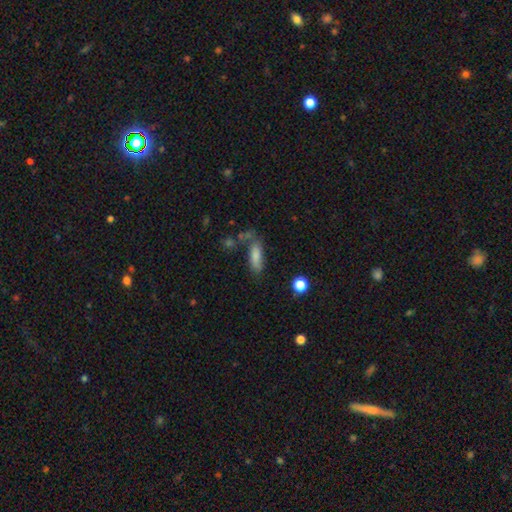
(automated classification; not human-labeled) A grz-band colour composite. It shows a smooth galaxy with no disk features (80%) that is in between round and cigar-shaped (61%). Merging: none (56%).